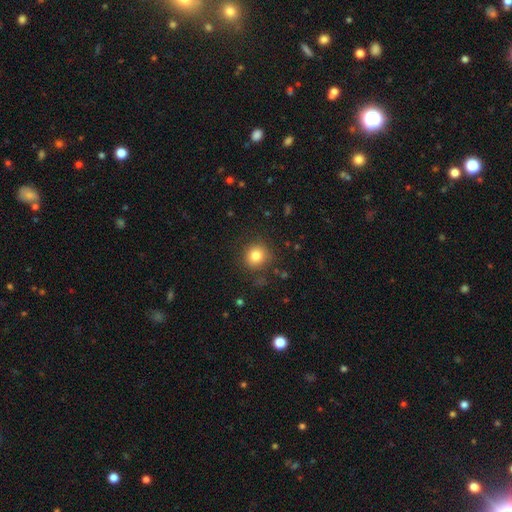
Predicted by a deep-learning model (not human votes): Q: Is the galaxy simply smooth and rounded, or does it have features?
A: smooth — 82%.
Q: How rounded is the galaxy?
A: round — 88%.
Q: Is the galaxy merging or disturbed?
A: none — 86%.